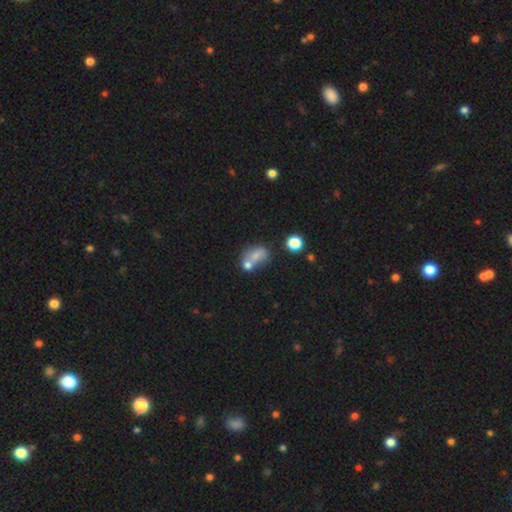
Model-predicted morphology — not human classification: This is likely a smooth galaxy (65%). How rounded: possibly in between (60%). Merging: possibly merger (57%).